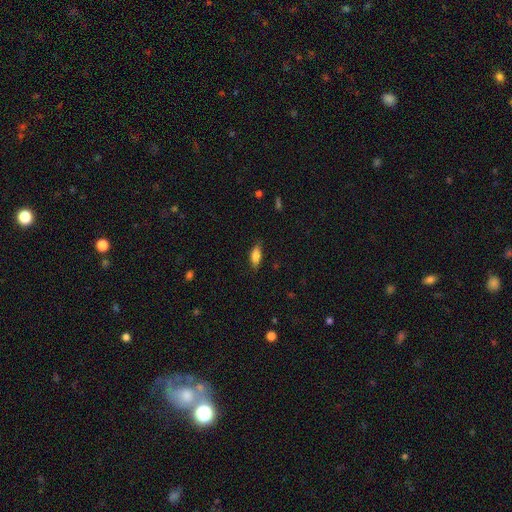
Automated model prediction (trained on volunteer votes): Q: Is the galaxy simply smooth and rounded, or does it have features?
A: smooth — 81%.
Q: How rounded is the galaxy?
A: in between — 76%.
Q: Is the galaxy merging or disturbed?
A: none — 79%.